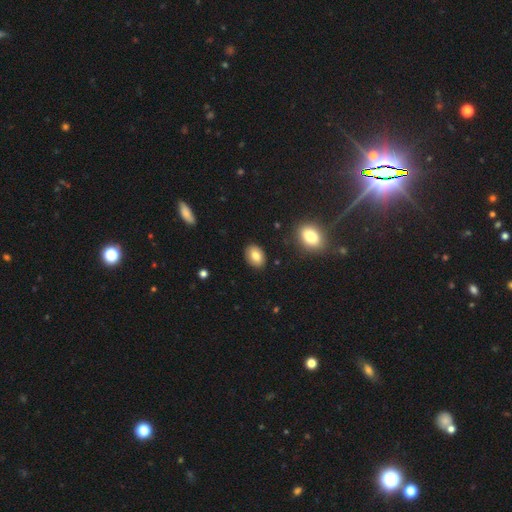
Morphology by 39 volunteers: Overall: smooth (82%). How rounded: in between (84%). Merging: none (94%).